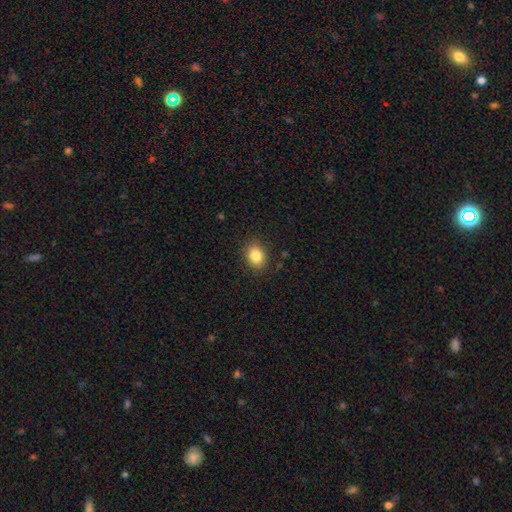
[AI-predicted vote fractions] Smooth or featured: smooth — 85% (star or artifact — 9%)
How rounded: in between — 59% (round — 40%)
Merging: none — 87% (minor disturbance — 9%)